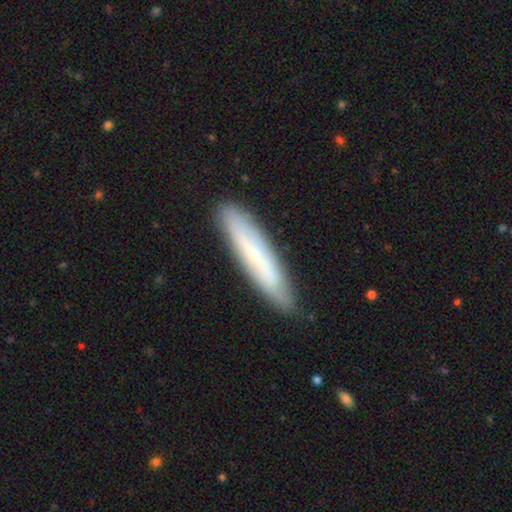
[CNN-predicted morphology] Smooth or featured? Predicted: smooth (p=0.51). How rounded? Predicted: cigar-shaped (p=0.85). Merging? Predicted: none (p=0.86).